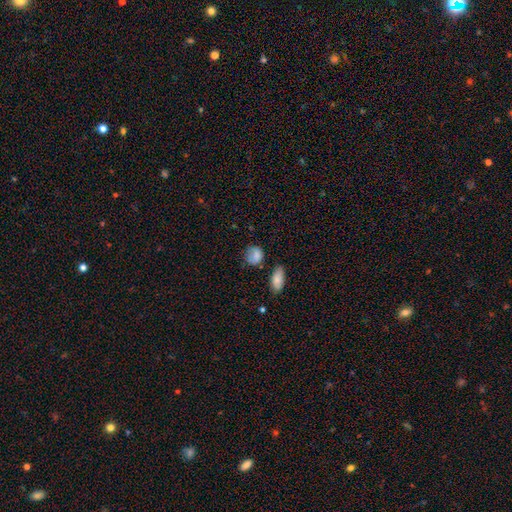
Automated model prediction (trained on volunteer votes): Smooth or featured? Predicted: smooth (p=0.83). How rounded? Predicted: round (p=0.61). Merging? Predicted: none (p=0.60).